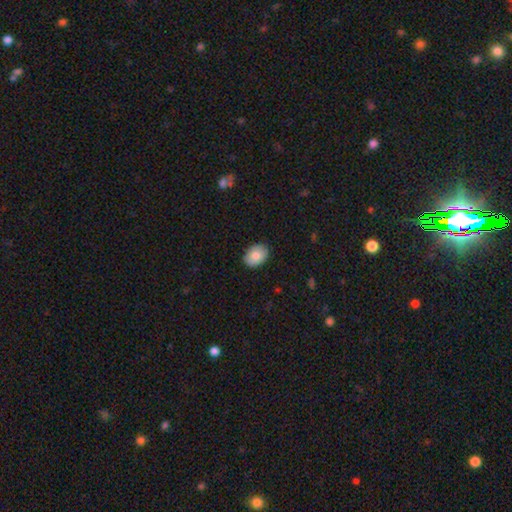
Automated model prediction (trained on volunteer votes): A smooth galaxy with no disk features (79%) that is in between round and cigar-shaped (71%). Merging: none (87%).